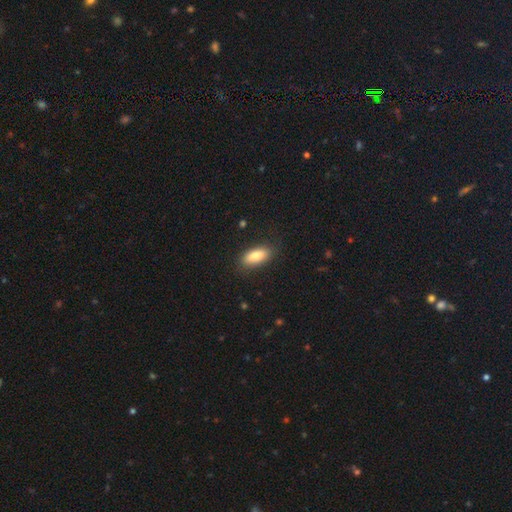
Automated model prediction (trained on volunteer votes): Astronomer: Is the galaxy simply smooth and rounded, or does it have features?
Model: smooth — 84%.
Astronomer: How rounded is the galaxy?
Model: in between — 83%.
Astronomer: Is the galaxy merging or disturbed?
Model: none — 81%.